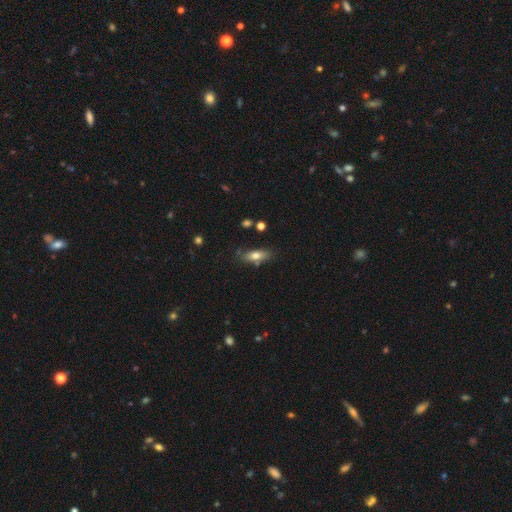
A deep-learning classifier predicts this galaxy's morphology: Overall: smooth (72%). How rounded: in between (70%). Merging: none (72%).